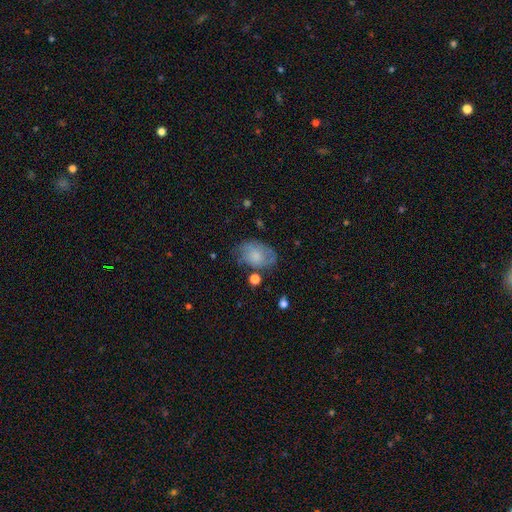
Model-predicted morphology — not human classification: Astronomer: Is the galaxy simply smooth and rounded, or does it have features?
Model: smooth — 63%.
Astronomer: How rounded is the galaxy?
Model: in between — 83%.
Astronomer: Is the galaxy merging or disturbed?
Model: none — 56%.